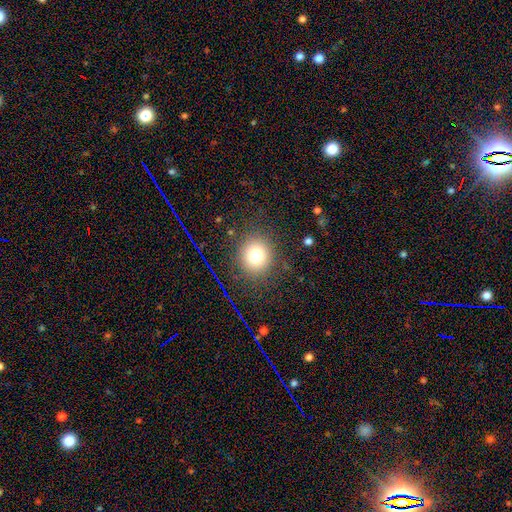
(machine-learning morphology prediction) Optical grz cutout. It shows a smooth galaxy with no disk features (75%) that is round (83%). Merging: none (86%).